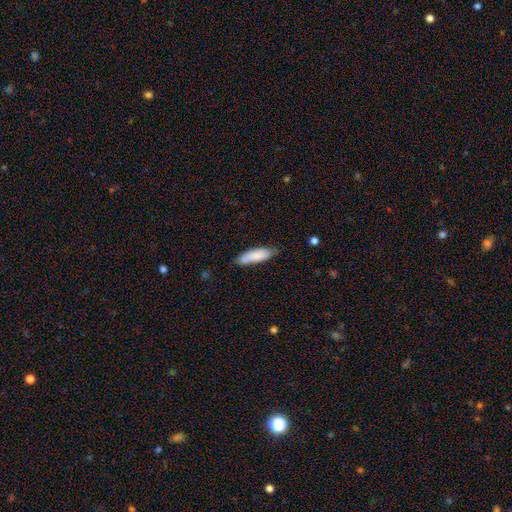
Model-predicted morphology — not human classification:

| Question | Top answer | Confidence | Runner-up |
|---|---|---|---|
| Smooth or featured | smooth | 85% | featured or disk (10%) |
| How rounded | in between | 49% | tied: cigar-shaped (49%) |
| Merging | none | 72% | minor disturbance (23%) |